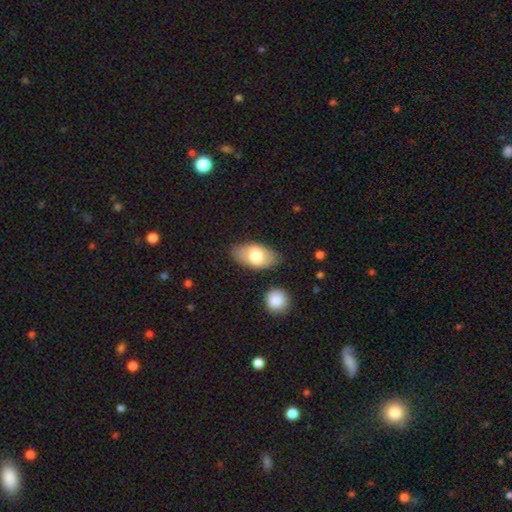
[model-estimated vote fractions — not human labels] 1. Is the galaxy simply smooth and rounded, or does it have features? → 72% smooth, 22% featured or disk, 6% star or artifact.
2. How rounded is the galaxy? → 93% in between, 4% round, 3% cigar-shaped.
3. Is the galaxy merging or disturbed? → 80% none, 13% minor disturbance, 4% merger, 3% major disturbance.